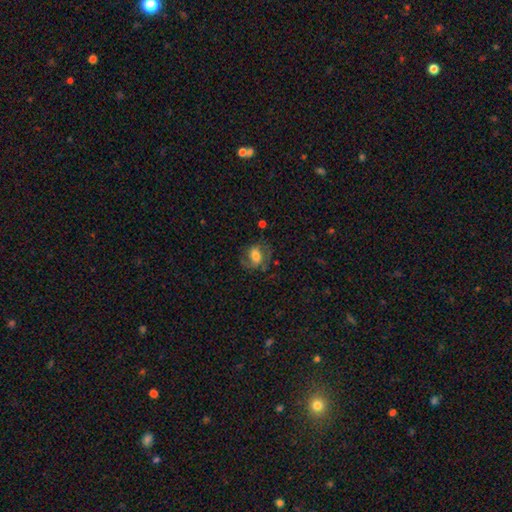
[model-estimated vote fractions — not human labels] Q: Smooth or featured?
A: featured or disk (46%); runner-up: smooth (45%)
Q: Merging?
A: none (60%); runner-up: minor disturbance (21%)